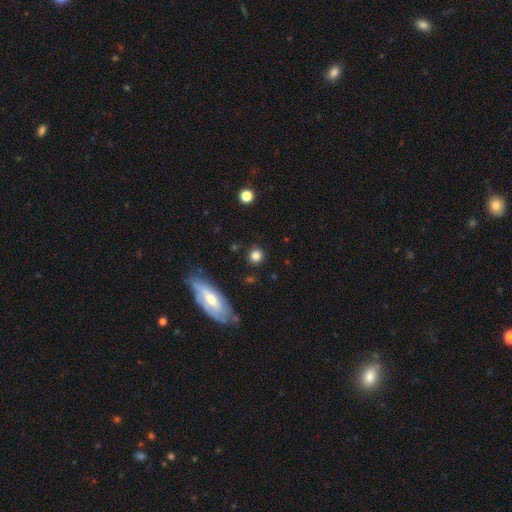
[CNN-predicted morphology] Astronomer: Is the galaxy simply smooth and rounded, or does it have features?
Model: smooth — 81%.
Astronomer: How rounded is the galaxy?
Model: round — 86%.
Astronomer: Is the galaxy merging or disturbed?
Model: none — 87%.